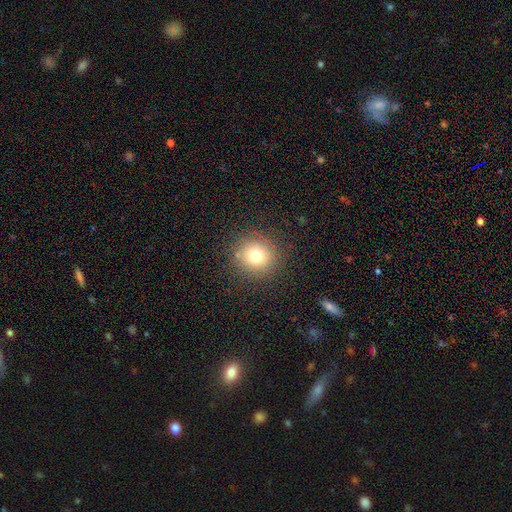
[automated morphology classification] smooth_or_featured: smooth (p=0.74) [alt: star or artifact p=0.15]
how_rounded: round (p=0.91) [alt: in between p=0.08]
merging: none (p=0.87) [alt: minor disturbance p=0.08]